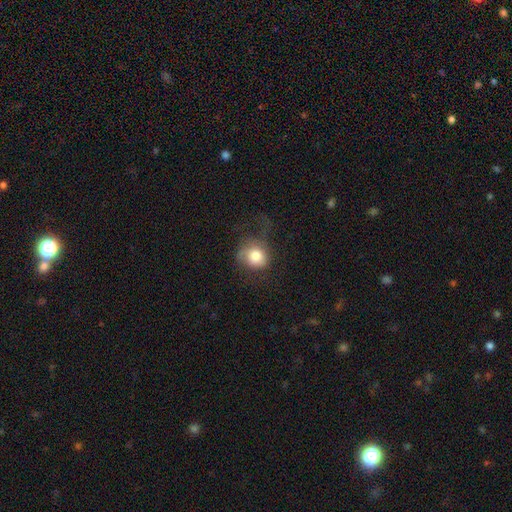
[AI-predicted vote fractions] Overall: smooth (73%). How rounded: round (76%). Merging: none (45%; major disturbance 30%).